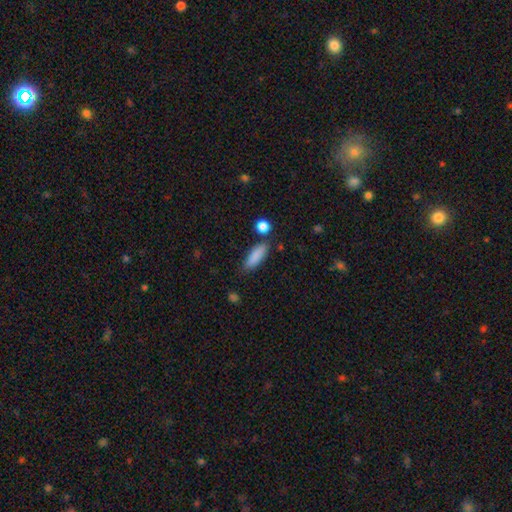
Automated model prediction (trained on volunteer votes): Smooth or featured? smooth (87%)
How rounded? in between (58%)
Merging? none (77%)